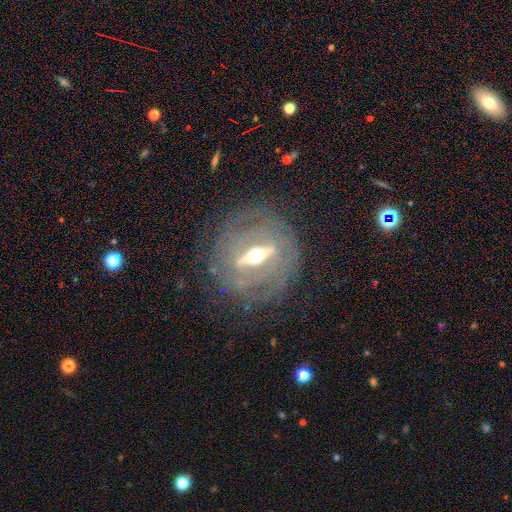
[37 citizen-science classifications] Smooth or featured?
  - featured or disk: 95% *
  - star or artifact: 5%
  - smooth: 0%
Edge-on disk?
  - yes: 54% *
  - no: 46%
Edge-on bulge?
  - rounded: 95% *
  - boxy: 5%
  - none: 0%
Merging?
  - none: 74% *
  - minor disturbance: 14%
  - major disturbance: 11%
  - merger: 0%